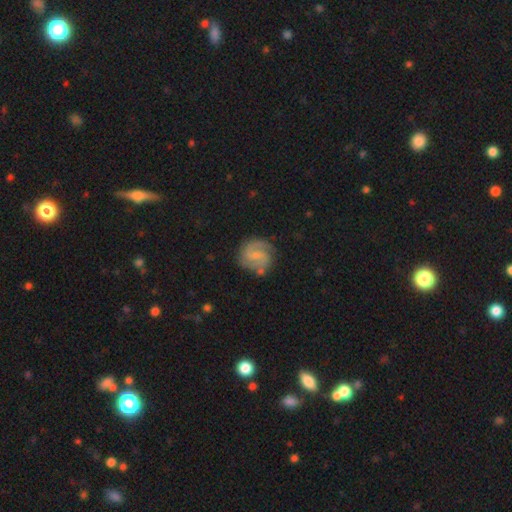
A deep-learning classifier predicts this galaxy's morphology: A featured or disk galaxy (83%) with a weak bar (57%), 2 (85%) medium (52%) spiral arms (97%) and a small central bulge (50%).

Vote fractions:
- Smooth or featured? featured or disk: 83% / smooth: 12% / star or artifact: 5%
- Edge-on disk? no: 98% / yes: 2%
- Bar? weak: 57% / no: 29% / strong: 14%
- Spiral arms? yes: 97% / no: 3%
- Spiral winding? medium: 52% / tight: 35% / loose: 13%
- Spiral arm count? 2: 85% / 3: 5% / can't tell: 5% / 1: 2% / 4: 1% / more than 4: 1%
- Bulge size? small: 50% / none: 28% / moderate: 20% / large: 2% / dominant: 1%
- Merging? none: 76% / minor disturbance: 15% / major disturbance: 5% / merger: 4%